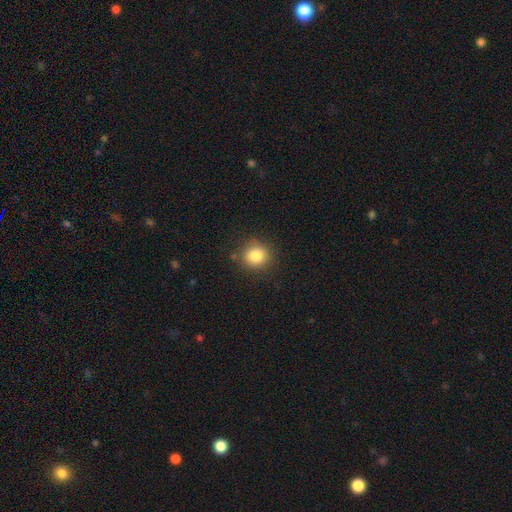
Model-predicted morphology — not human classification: This appears to be a smooth galaxy with no disk features (83%) that is round (85%). Merging: none (85%).